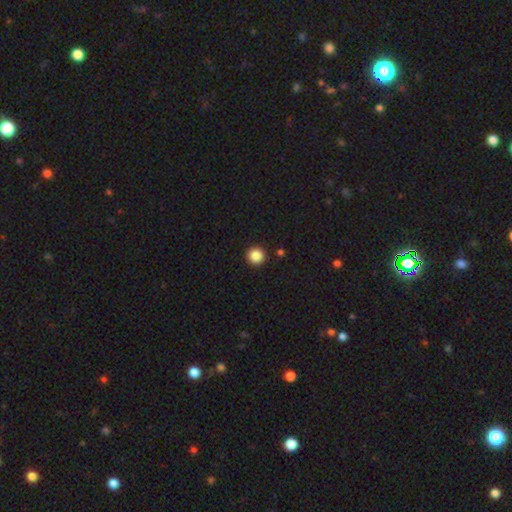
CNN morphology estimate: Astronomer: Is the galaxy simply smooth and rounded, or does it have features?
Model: smooth — 86%.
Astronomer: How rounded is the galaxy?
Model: round — 96%.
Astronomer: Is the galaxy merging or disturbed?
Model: none — 93%.